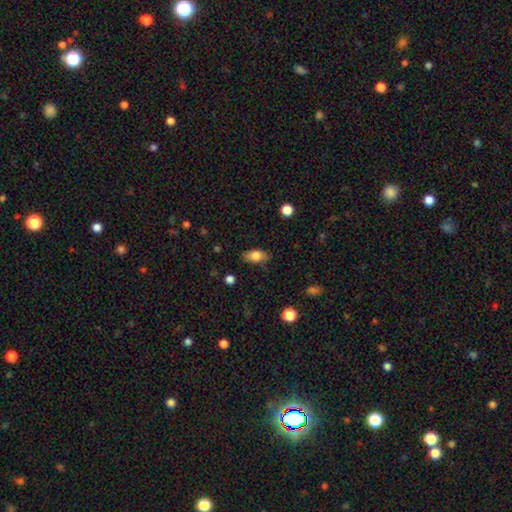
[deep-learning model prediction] This is likely a smooth galaxy (79%). How rounded: clearly in between (88%). Merging: likely none (79%).